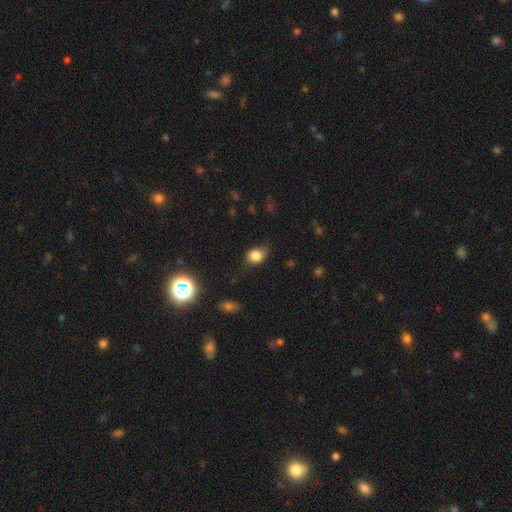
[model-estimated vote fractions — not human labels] Smooth or featured: smooth — 81% (star or artifact — 11%)
How rounded: in between — 56% (round — 43%)
Merging: none — 58% (minor disturbance — 31%)